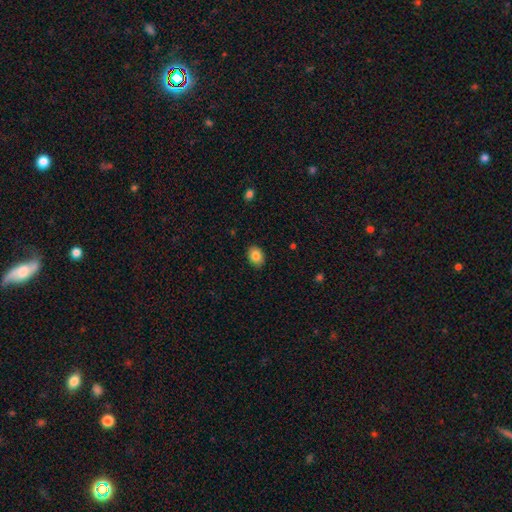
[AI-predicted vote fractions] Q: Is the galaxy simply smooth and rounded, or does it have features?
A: smooth — 85%.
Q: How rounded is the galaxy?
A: in between — 70%.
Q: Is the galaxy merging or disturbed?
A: none — 88%.